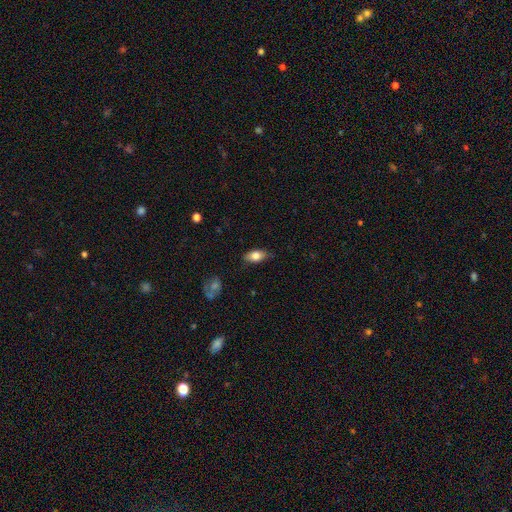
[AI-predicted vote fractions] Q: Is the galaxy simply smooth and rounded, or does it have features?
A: smooth — 78%.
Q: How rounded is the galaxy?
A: in between — 88%.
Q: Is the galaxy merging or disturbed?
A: none — 80%.